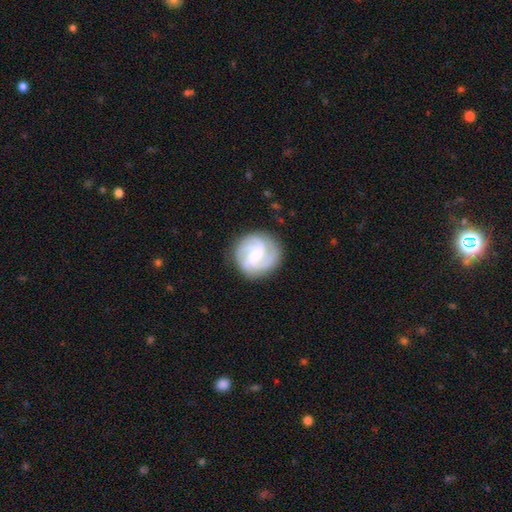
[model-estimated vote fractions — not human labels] This appears to be a featured or disk galaxy (82%) with a weak bar (46%), 3 (60%) tight (47%) spiral arms (97%) and a moderate central bulge (41%). Merging: none (83%).